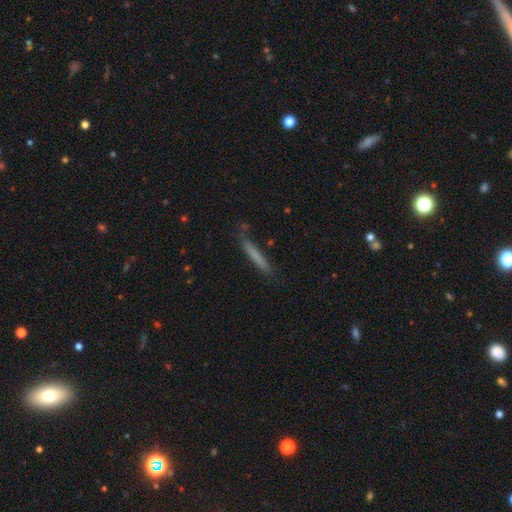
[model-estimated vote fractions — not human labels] Q: Smooth or featured?
A: smooth (70%); runner-up: featured or disk (22%)
Q: How rounded?
A: cigar-shaped (96%); runner-up: in between (3%)
Q: Merging?
A: none (80%); runner-up: minor disturbance (15%)